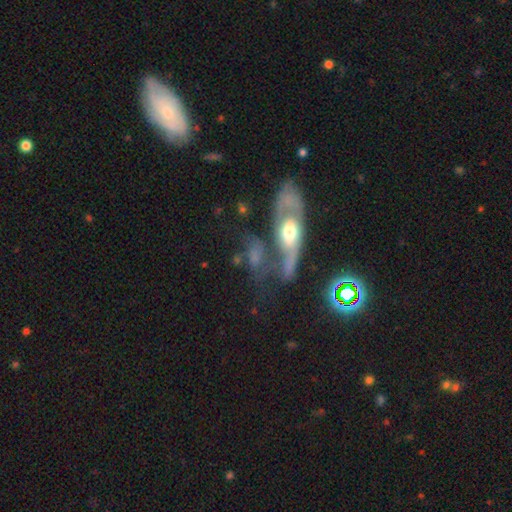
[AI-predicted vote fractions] smooth_or_featured: featured or disk (p=0.55) [alt: smooth p=0.31]
disk_edge_on: no (p=0.75) [alt: yes p=0.25]
merging: none (p=0.36) [alt: merger p=0.24]